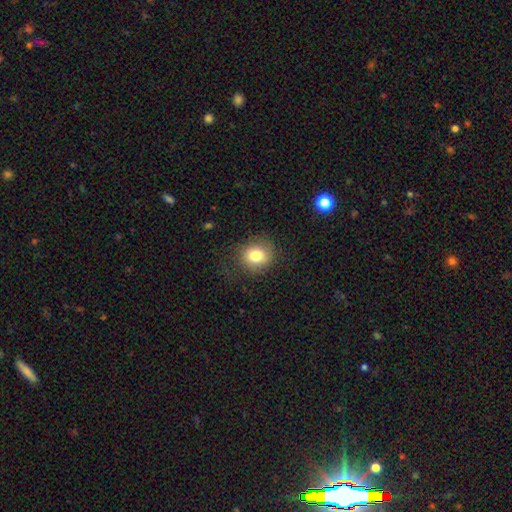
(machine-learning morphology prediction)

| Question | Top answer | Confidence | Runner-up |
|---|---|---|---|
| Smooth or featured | smooth | 80% | star or artifact (11%) |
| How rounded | round | 71% | in between (28%) |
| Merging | none | 79% | minor disturbance (14%) |